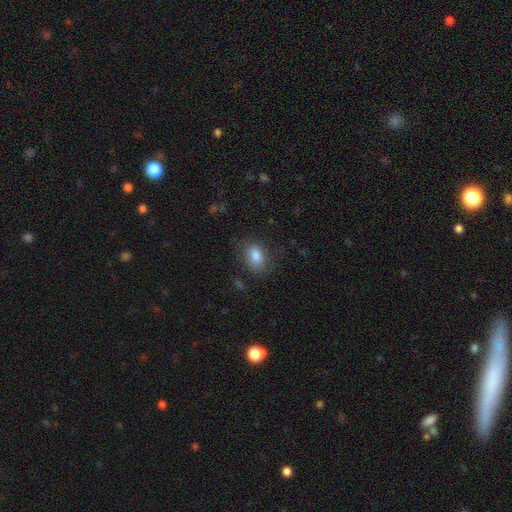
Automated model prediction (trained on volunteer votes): This is clearly a smooth galaxy (84%). How rounded: likely in between (79%). Merging: likely none (74%).